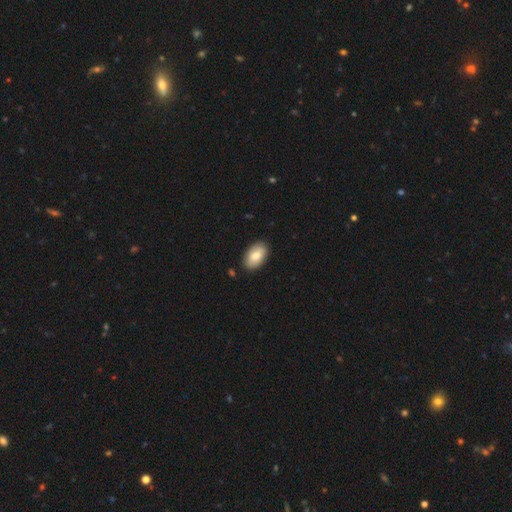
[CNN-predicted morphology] smooth_or_featured: smooth (p=0.76) [alt: featured or disk p=0.18]
how_rounded: in between (p=0.94) [alt: round p=0.05]
merging: none (p=0.86) [alt: minor disturbance p=0.10]